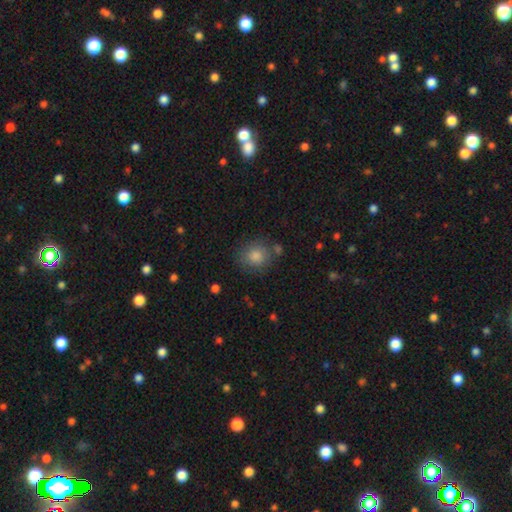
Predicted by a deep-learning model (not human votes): A smooth galaxy with no disk features (80%) that is round (83%). Merging: none (80%).